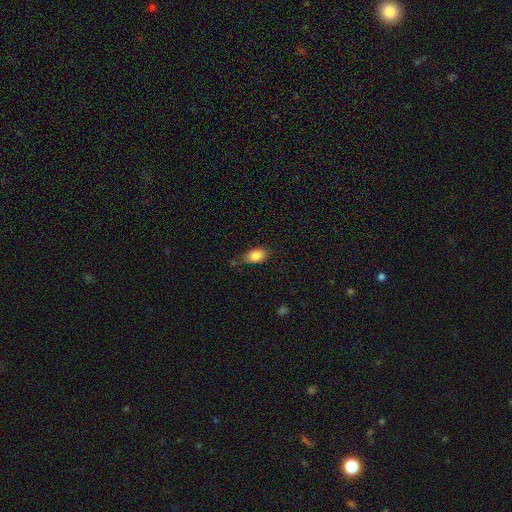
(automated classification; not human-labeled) smooth_or_featured: smooth (p=0.85) [alt: star or artifact p=0.08]
how_rounded: in between (p=0.90) [alt: round p=0.07]
merging: none (p=0.71) [alt: minor disturbance p=0.22]